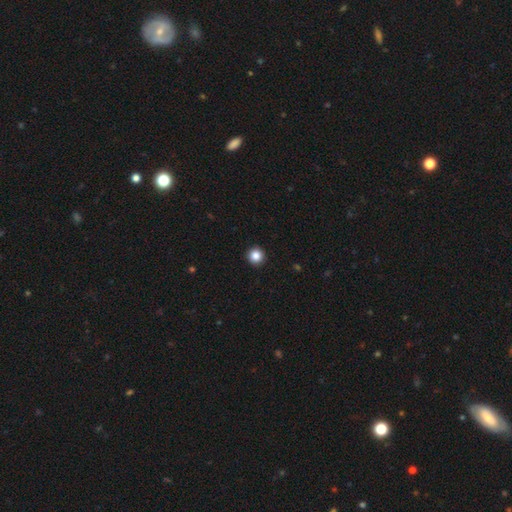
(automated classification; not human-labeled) A smooth galaxy with no disk features (86%) that is round (96%). Merging: none (94%).